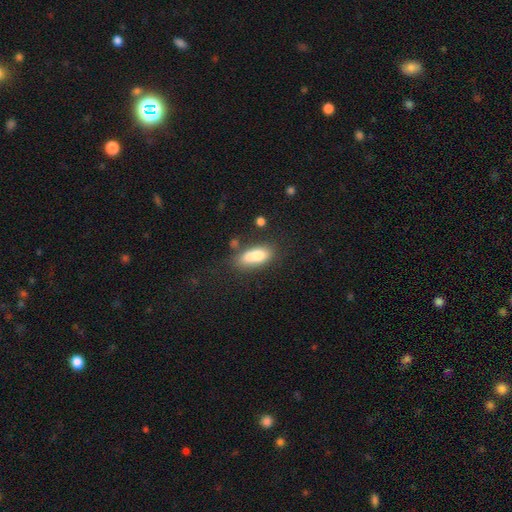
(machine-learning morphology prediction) The model was most divided on "merging": none: 46%, merger: 26%, minor disturbance: 19%, major disturbance: 8%. More confident: how rounded — in between (80%); smooth or featured — smooth (75%).